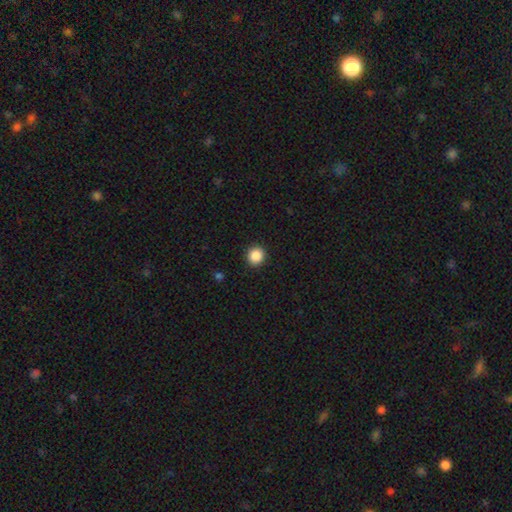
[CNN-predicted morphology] Overall: smooth (87%). How rounded: round (92%). Merging: none (92%).